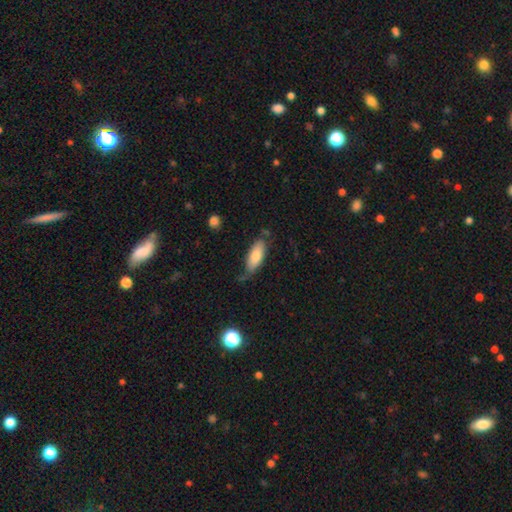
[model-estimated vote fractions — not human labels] Smooth or featured: smooth — 77% (featured or disk — 17%)
How rounded: in between — 73% (cigar-shaped — 25%)
Merging: none — 66% (minor disturbance — 25%)